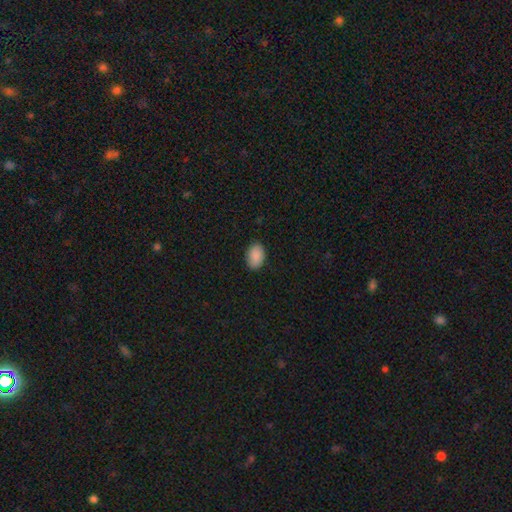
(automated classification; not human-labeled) Overall: smooth (90%). How rounded: in between (87%). Merging: none (87%).